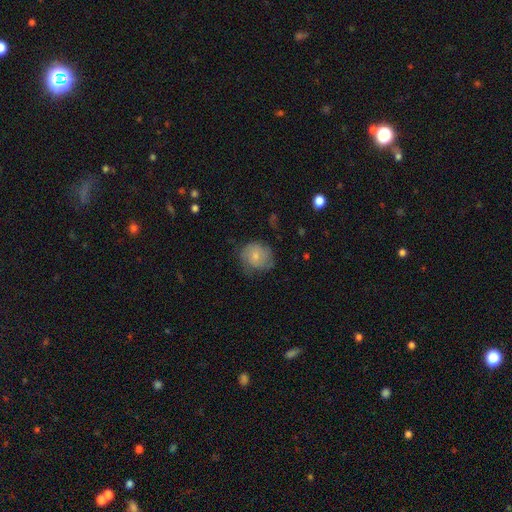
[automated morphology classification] smooth_or_featured: smooth (p=0.67) [alt: featured or disk p=0.26]
how_rounded: round (p=0.78) [alt: in between p=0.21]
merging: none (p=0.62) [alt: minor disturbance p=0.28]